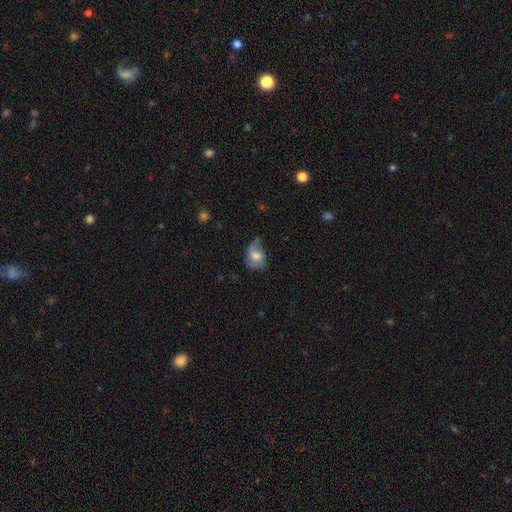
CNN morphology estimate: type=smooth (57%); roundness=in between (60%); merging=none (42%).